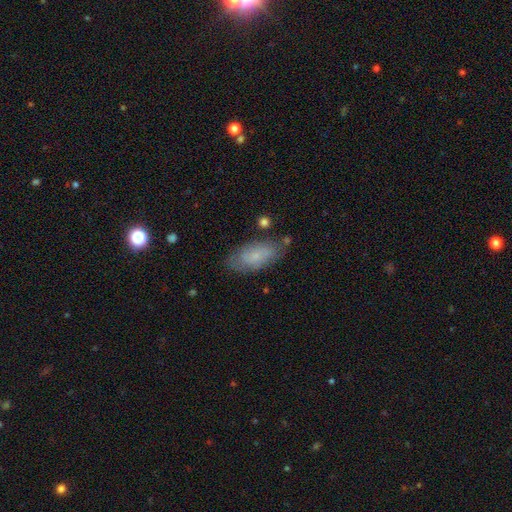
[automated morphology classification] A smooth galaxy with no disk features (62%) that is in between round and cigar-shaped (86%). Merging: none (71%).